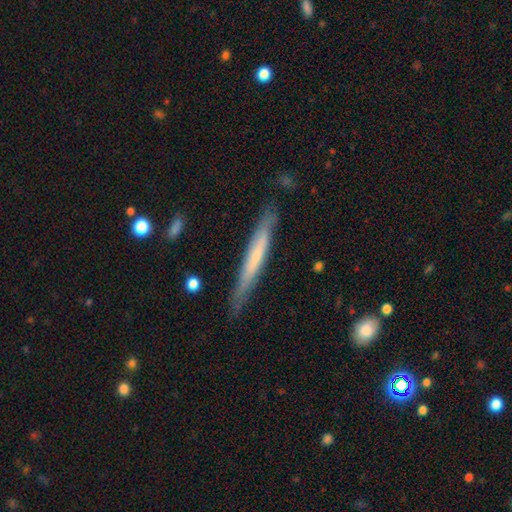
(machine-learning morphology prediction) Smooth or featured: featured or disk — 49% (smooth — 46%)
Merging: none — 82% (minor disturbance — 14%)